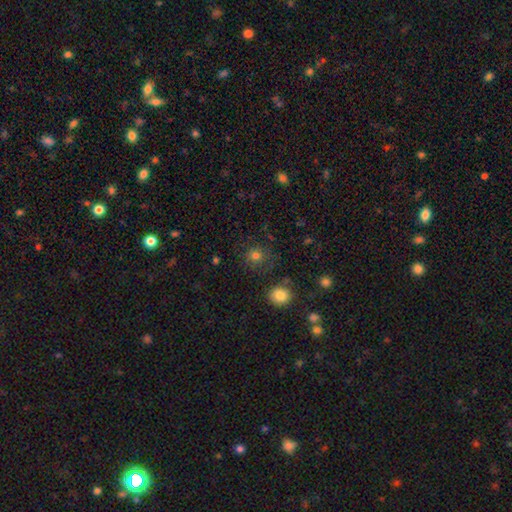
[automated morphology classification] A smooth galaxy with no disk features (78%) that is round (88%).

Vote fractions:
- Smooth or featured? smooth: 78% / star or artifact: 16% / featured or disk: 6%
- How rounded? round: 88% / in between: 11% / cigar-shaped: 1%
- Merging? none: 79% / minor disturbance: 12% / major disturbance: 5% / merger: 4%